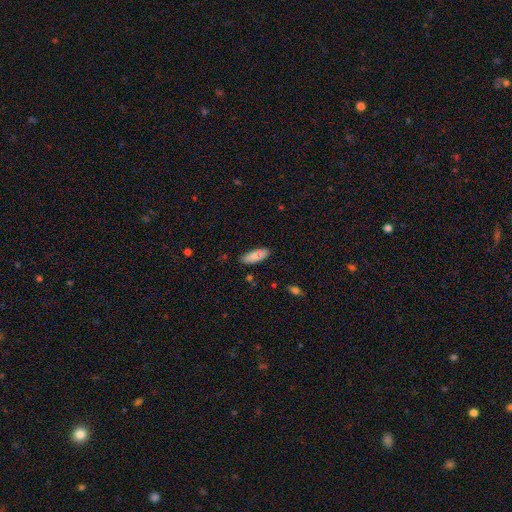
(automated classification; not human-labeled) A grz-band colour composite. It shows a smooth galaxy with no disk features (82%) that is in between round and cigar-shaped (69%). Merging: none (81%).